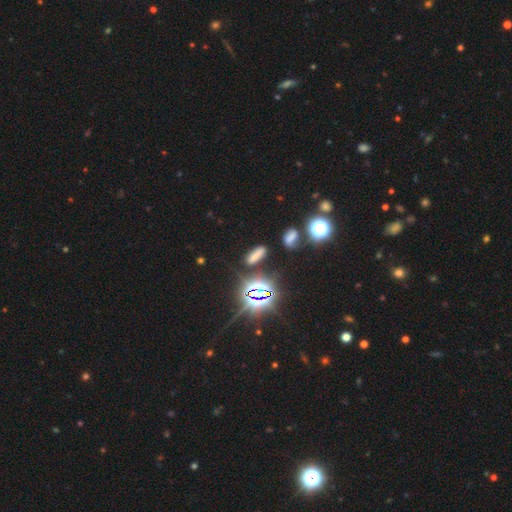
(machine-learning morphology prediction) This is likely a smooth galaxy (60%). How rounded: possibly in between (48%). Merging: likely none (79%).